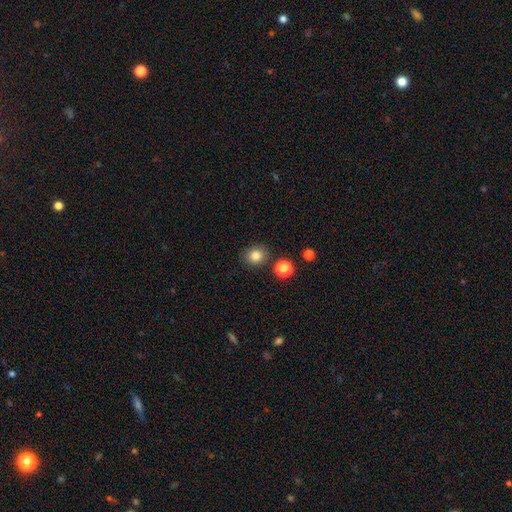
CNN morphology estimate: smooth_or_featured: smooth (p=0.82) [alt: star or artifact p=0.12]
how_rounded: round (p=0.76) [alt: in between p=0.23]
merging: none (p=0.84) [alt: minor disturbance p=0.09]